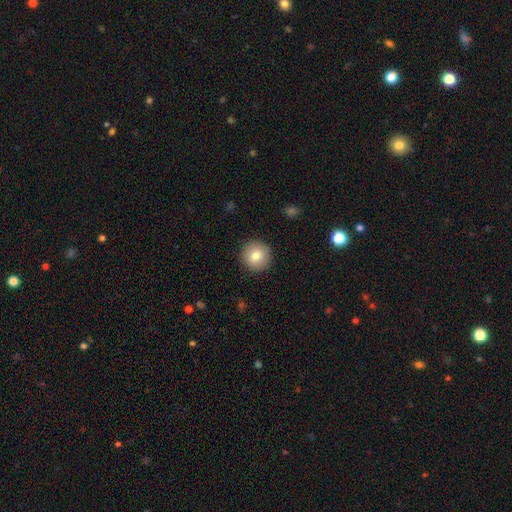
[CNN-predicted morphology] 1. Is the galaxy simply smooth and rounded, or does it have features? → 81% smooth, 11% featured or disk, 9% star or artifact.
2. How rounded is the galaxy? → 95% round, 4% in between, 1% cigar-shaped.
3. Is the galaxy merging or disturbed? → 91% none, 6% minor disturbance, 2% major disturbance, 1% merger.